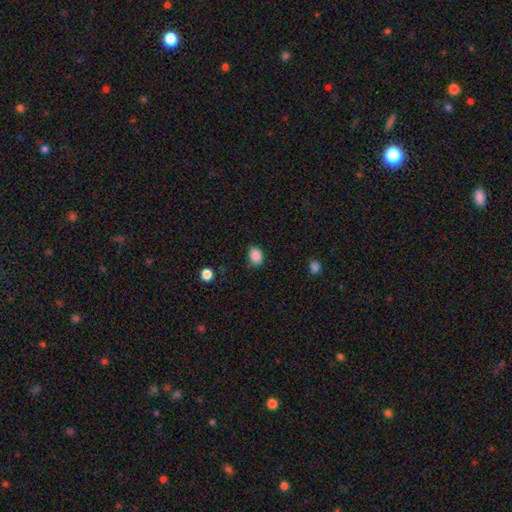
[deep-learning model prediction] smooth 88%, star or artifact 9%, featured or disk 3%. Down the decision tree: how rounded — in between (65%); merging — none (81%).